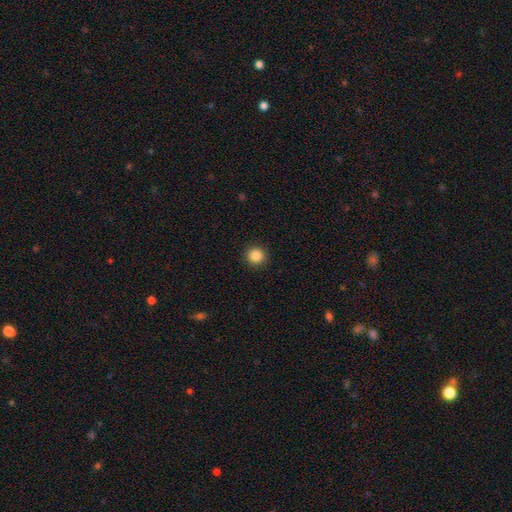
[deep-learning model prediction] Smooth or featured? smooth (86%)
How rounded? round (94%)
Merging? none (93%)